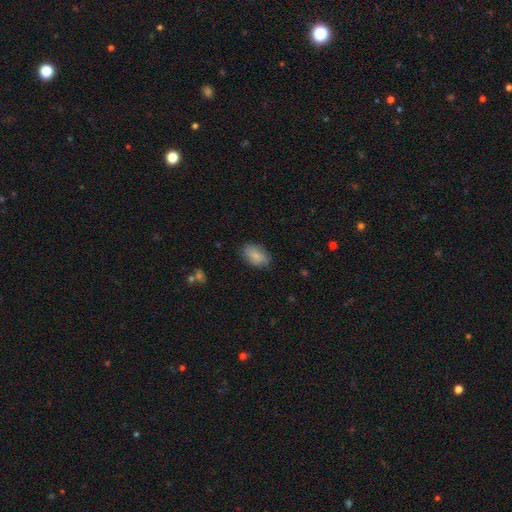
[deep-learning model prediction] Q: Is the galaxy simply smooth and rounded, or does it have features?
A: smooth — 83%.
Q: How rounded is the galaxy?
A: in between — 92%.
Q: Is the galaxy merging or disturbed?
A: none — 80%.